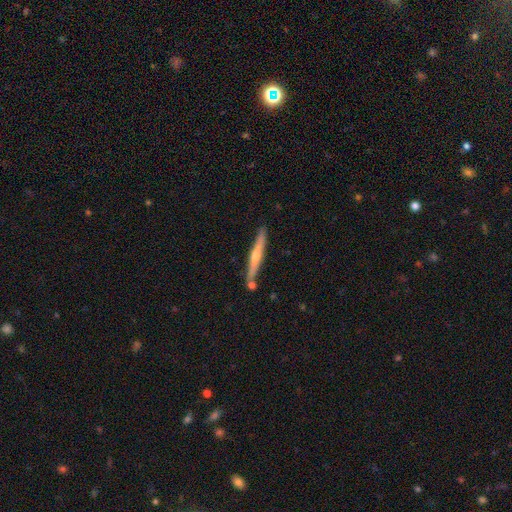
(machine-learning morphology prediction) This appears to be a featured or disk galaxy (61%) viewed edge-on (97%) with a rounded central bulge (79%). Merging: none (82%).